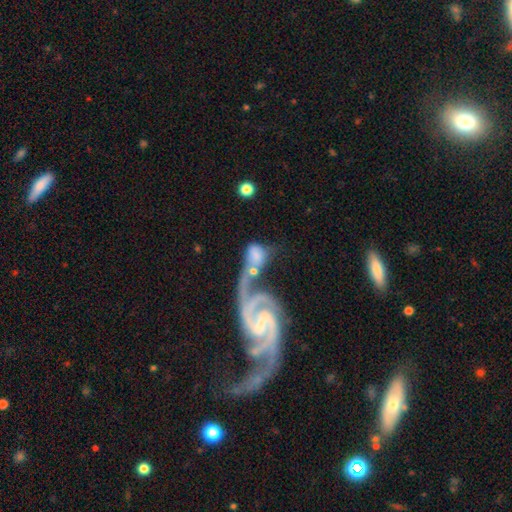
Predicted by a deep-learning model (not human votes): Smooth or featured: featured or disk — 48% (smooth — 43%)
Merging: merger — 55% (major disturbance — 21%)